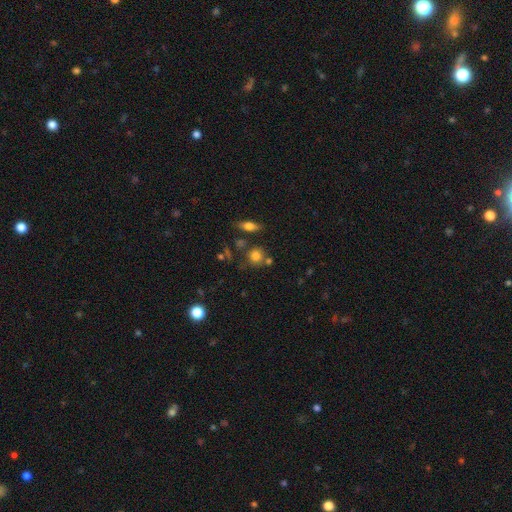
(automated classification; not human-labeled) Morphology: type=smooth (78%); roundness=round (84%); merging=none (66%).